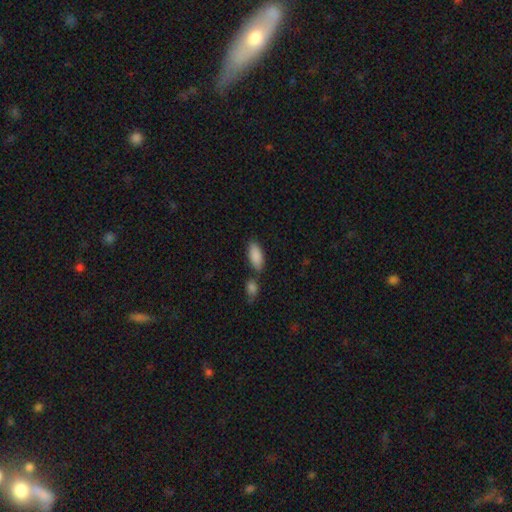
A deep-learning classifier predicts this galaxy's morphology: type=smooth (89%); roundness=in between (85%); merging=none (67%).